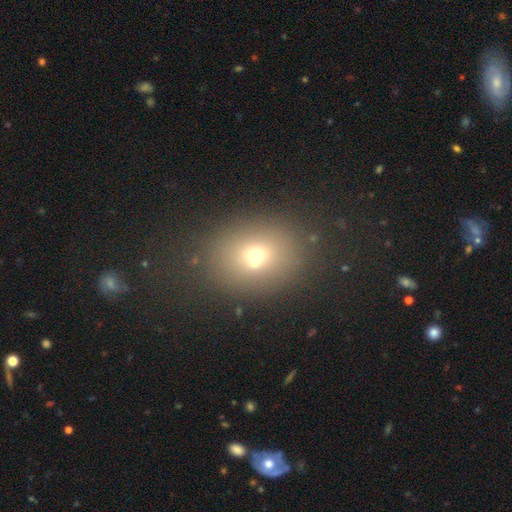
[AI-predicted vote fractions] The model was most divided on "how rounded": round: 57%, in between: 42%, cigar-shaped: 1%. More confident: merging — none (68%); smooth or featured — smooth (63%).